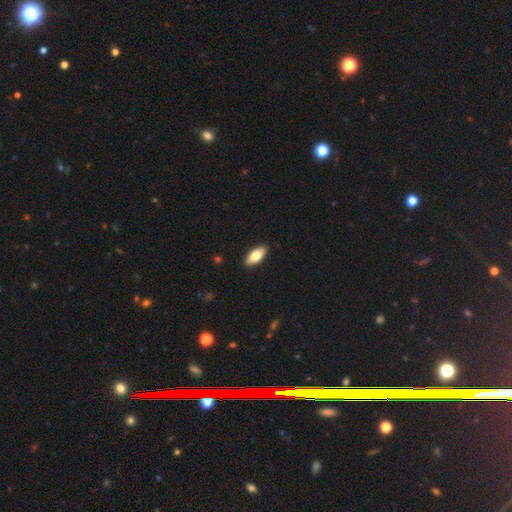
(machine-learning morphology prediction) Smooth or featured?
  - smooth: 75% *
  - featured or disk: 19%
  - star or artifact: 6%
How rounded?
  - in between: 83% *
  - cigar-shaped: 14%
  - round: 2%
Merging?
  - none: 91% *
  - minor disturbance: 7%
  - major disturbance: 1%
  - merger: 1%